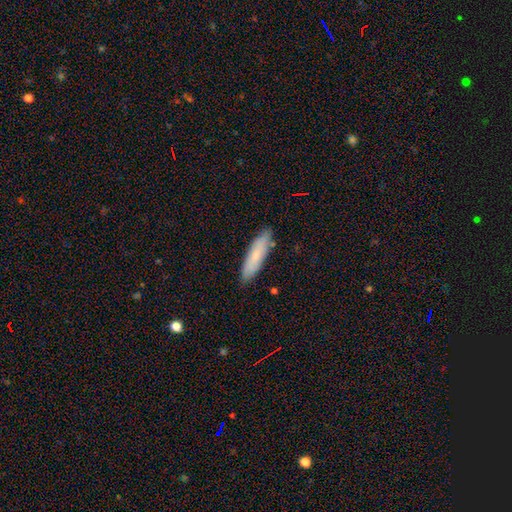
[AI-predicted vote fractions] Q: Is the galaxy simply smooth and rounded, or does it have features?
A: smooth — 75%.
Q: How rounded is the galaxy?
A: cigar-shaped — 70%.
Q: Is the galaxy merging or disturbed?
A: none — 86%.